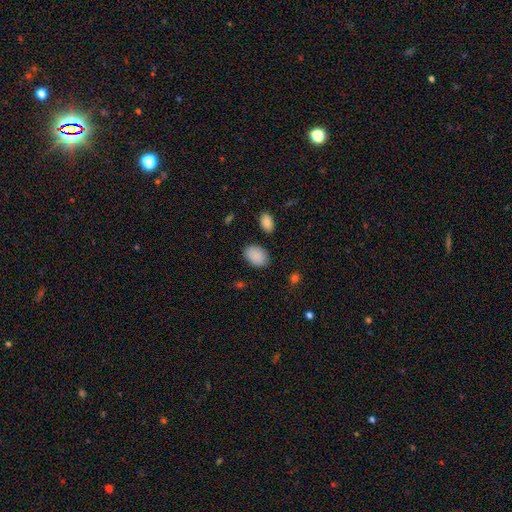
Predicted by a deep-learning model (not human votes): Overall: smooth (89%). How rounded: in between (84%). Merging: none (83%).